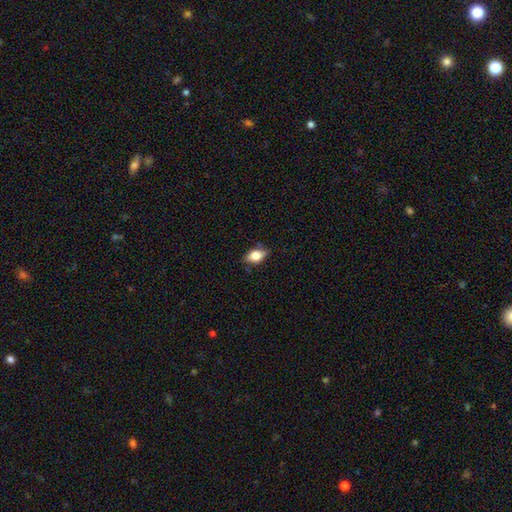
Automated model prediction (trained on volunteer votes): Smooth or featured?
  - smooth: 75% *
  - featured or disk: 17%
  - star or artifact: 8%
How rounded?
  - in between: 84% *
  - round: 11%
  - cigar-shaped: 5%
Merging?
  - none: 79% *
  - minor disturbance: 17%
  - major disturbance: 3%
  - merger: 1%